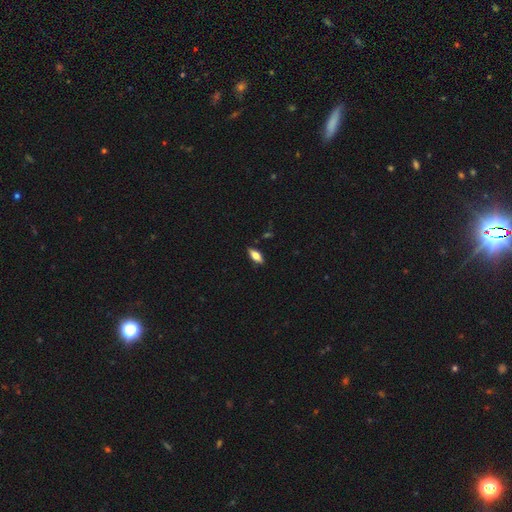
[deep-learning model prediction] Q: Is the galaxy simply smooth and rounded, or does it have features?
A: smooth — 61%.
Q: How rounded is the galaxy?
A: in between — 75%.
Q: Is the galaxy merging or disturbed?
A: none — 86%.